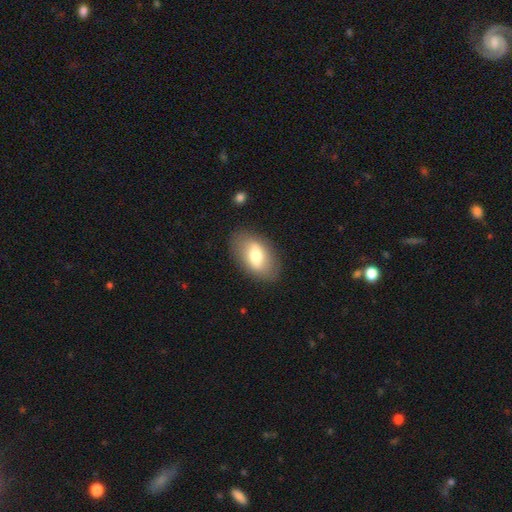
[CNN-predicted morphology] smooth 61%, featured or disk 32%, star or artifact 7%. Down the decision tree: how rounded — in between (91%); merging — none (82%).